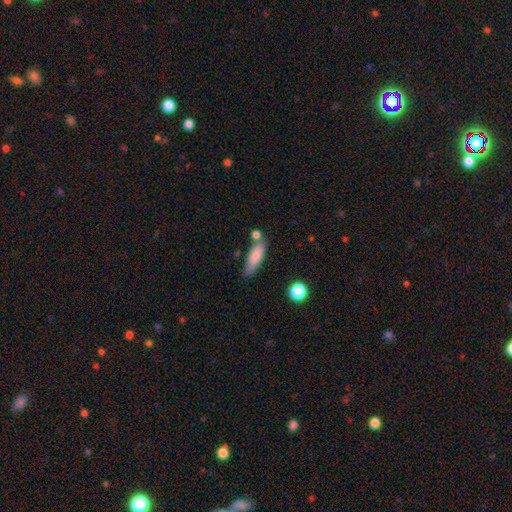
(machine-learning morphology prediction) Smooth or featured? Predicted: smooth (p=0.82). How rounded? Predicted: cigar-shaped (p=0.49). Merging? Predicted: none (p=0.59).